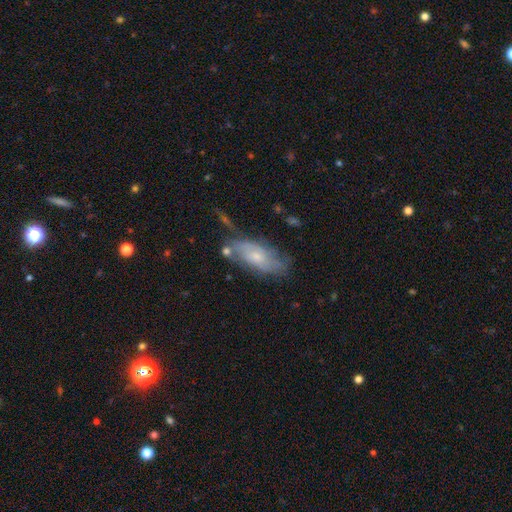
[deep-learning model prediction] This is possibly a featured or disk galaxy (52%). It is clearly not viewed edge-on (85%). Merging: possibly none (54%).